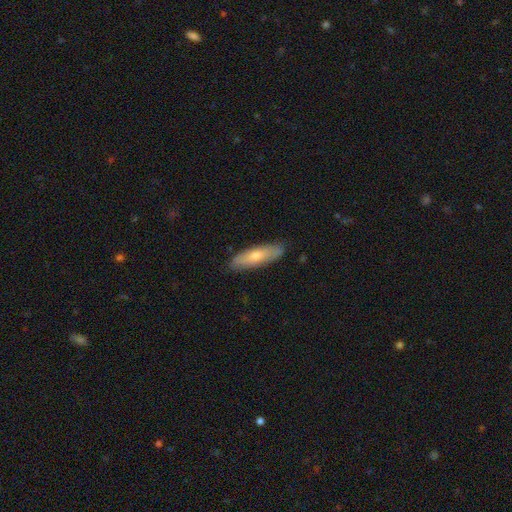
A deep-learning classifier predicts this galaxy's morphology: A smooth galaxy with no disk features (59%) that is cigar-shaped (61%). Merging: none (86%).